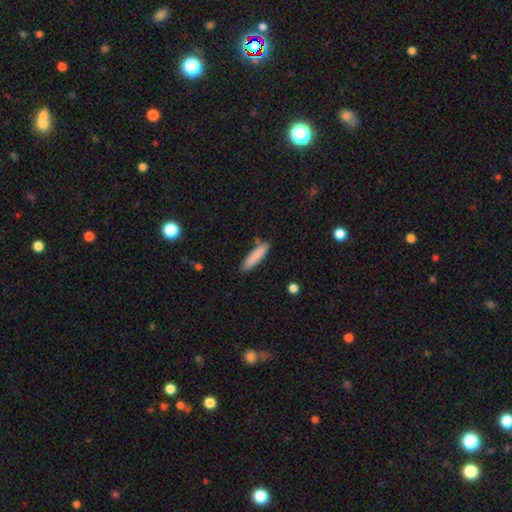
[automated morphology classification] The model was most divided on "how rounded": cigar-shaped: 78%, in between: 20%, round: 1%. More confident: smooth or featured — smooth (85%); merging — none (84%).